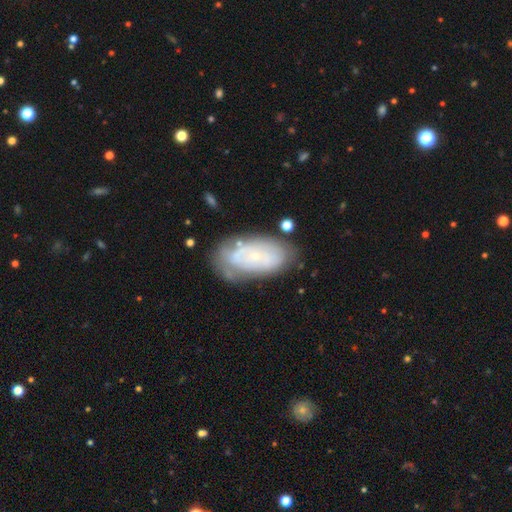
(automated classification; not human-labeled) Smooth or featured? featured or disk (58%)
Edge-on disk? no (93%)
Bar? no (81%)
Spiral arms? yes (59%)
Bulge size? small (81%)
Merging? none (62%)